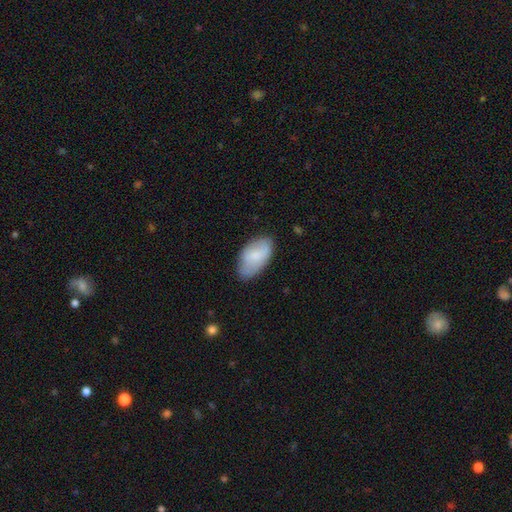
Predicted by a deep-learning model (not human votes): This is likely a smooth galaxy (76%). How rounded: clearly in between (95%). Merging: likely none (73%).